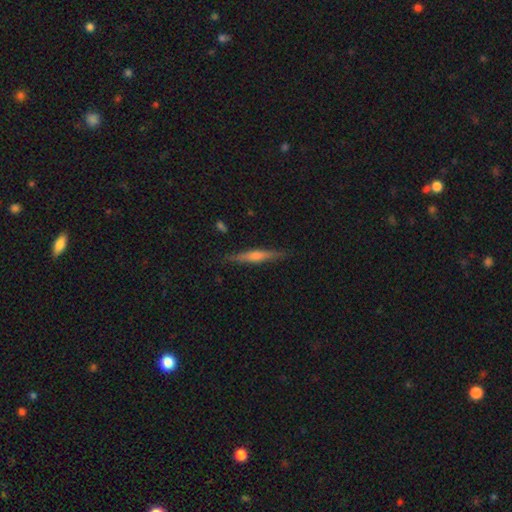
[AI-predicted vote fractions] Q: Smooth or featured?
A: featured or disk (61%); runner-up: smooth (32%)
Q: Edge-on disk?
A: yes (97%); runner-up: no (3%)
Q: Edge-on bulge?
A: rounded (72%); runner-up: none (15%)
Q: Merging?
A: none (88%); runner-up: minor disturbance (9%)